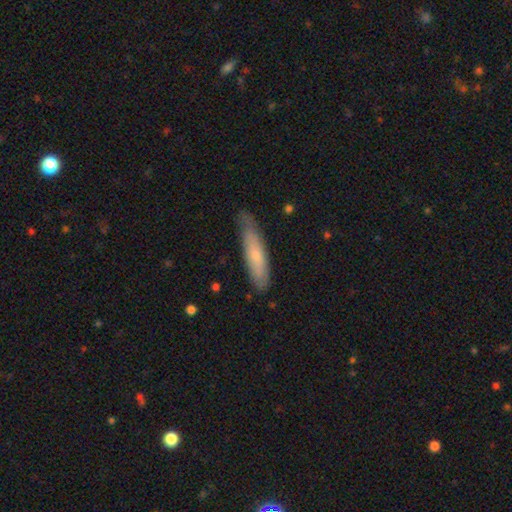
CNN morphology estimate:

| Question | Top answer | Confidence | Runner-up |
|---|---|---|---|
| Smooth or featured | smooth | 67% | featured or disk (28%) |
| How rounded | cigar-shaped | 81% | in between (18%) |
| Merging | none | 71% | minor disturbance (24%) |